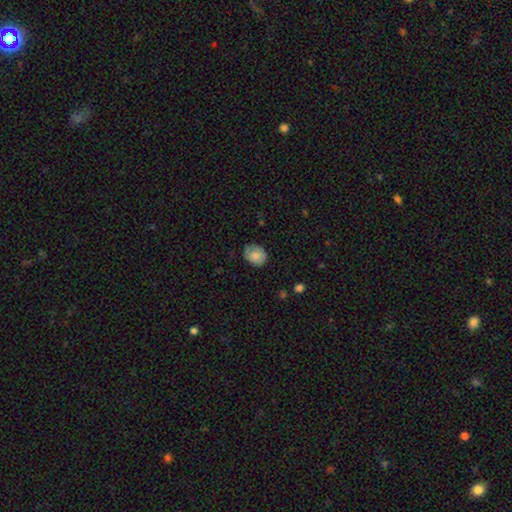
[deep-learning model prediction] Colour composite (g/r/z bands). It shows a smooth galaxy with no disk features (80%) that is round (53%). Merging: none (69%).